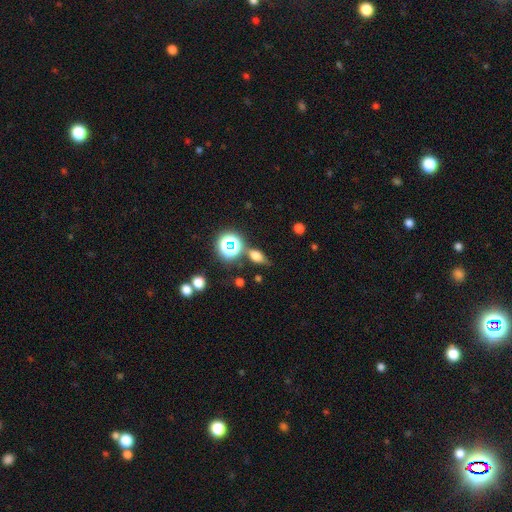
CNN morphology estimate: Smooth or featured? smooth (62%)
How rounded? in between (66%)
Merging? none (67%)